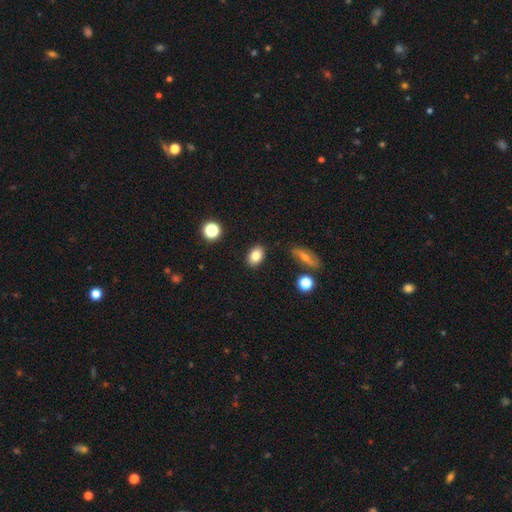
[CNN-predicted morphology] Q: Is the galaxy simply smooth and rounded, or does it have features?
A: smooth — 81%.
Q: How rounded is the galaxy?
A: in between — 79%.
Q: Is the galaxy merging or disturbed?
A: none — 87%.